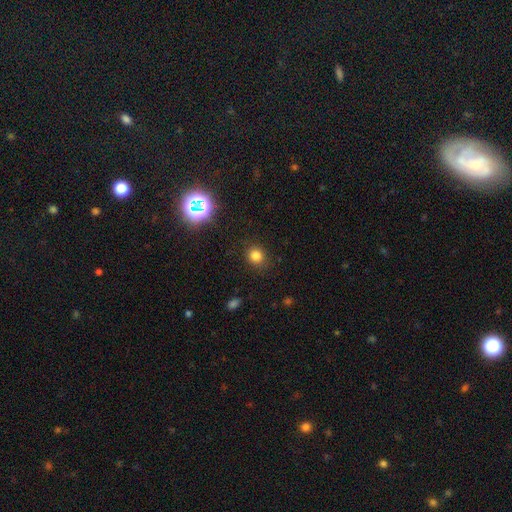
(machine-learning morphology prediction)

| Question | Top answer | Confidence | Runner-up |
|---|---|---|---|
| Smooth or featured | smooth | 79% | star or artifact (16%) |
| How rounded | round | 84% | in between (15%) |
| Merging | none | 87% | minor disturbance (8%) |